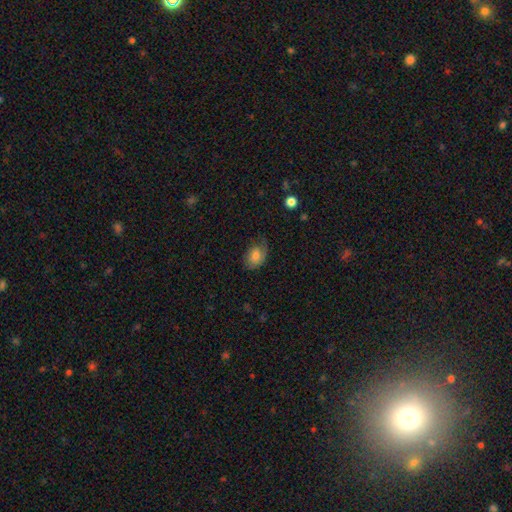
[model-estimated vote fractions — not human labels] smooth-or-featured: smooth: 65% | featured or disk: 27% | star or artifact: 8%
  how-rounded: in between: 77% | round: 22% | cigar-shaped: 1%
  merging: none: 55% | minor disturbance: 29% | major disturbance: 15% | merger: 1%